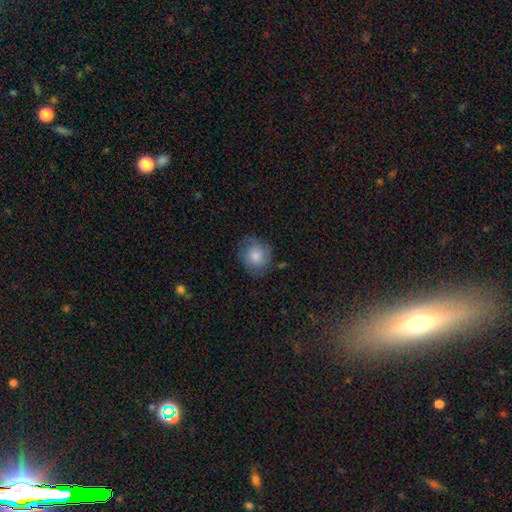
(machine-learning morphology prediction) Smooth or featured? smooth (69%)
How rounded? round (79%)
Merging? none (73%)